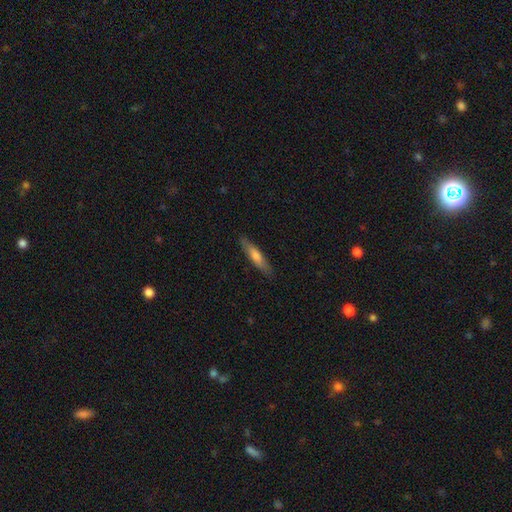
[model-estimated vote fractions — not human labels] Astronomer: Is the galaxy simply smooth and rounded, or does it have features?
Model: smooth — 63%.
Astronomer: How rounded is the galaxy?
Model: cigar-shaped — 83%.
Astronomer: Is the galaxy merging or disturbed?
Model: none — 87%.